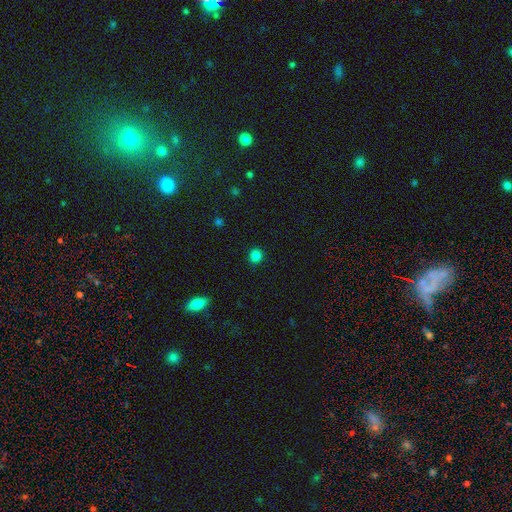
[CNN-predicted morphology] smooth-or-featured: smooth: 83% | star or artifact: 14% | featured or disk: 3%
  how-rounded: round: 90% | in between: 9% | cigar-shaped: 1%
  merging: none: 91% | minor disturbance: 6% | major disturbance: 2% | merger: 1%